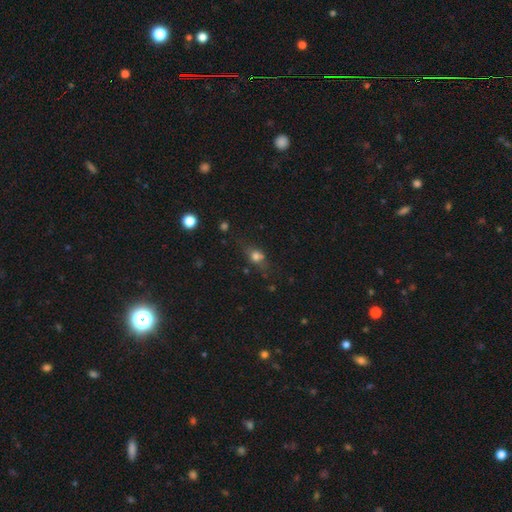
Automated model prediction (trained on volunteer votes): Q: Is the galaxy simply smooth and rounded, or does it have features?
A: smooth — 67%.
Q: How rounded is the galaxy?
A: in between — 51%.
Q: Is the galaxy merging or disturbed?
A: none — 57%.